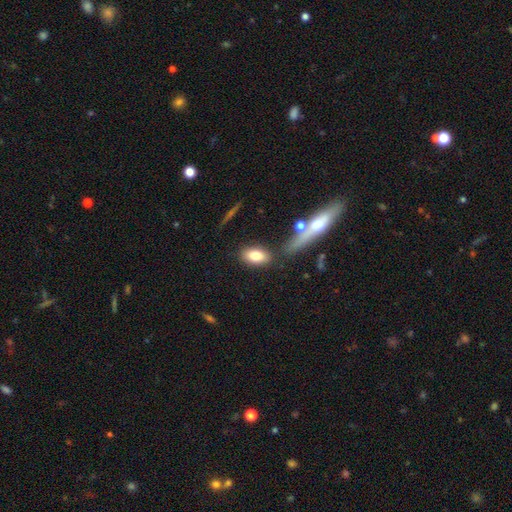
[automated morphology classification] Smooth or featured: smooth — 79% (featured or disk — 14%)
How rounded: in between — 87% (round — 7%)
Merging: none — 77% (minor disturbance — 12%)